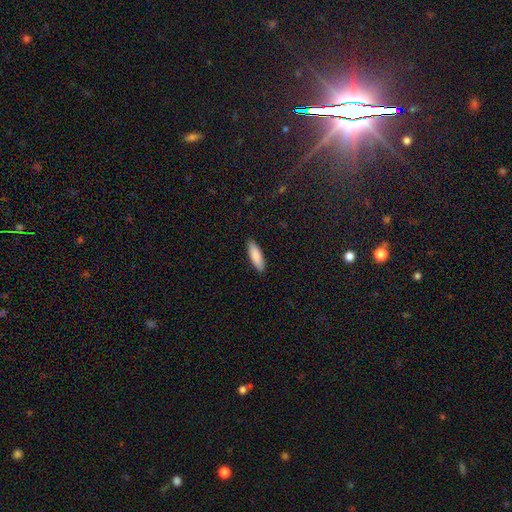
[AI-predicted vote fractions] smooth-or-featured: smooth: 87% | featured or disk: 7% | star or artifact: 5%
  how-rounded: in between: 50% | cigar-shaped: 49% | round: 1%
  merging: none: 90% | minor disturbance: 8% | major disturbance: 2% | merger: 1%